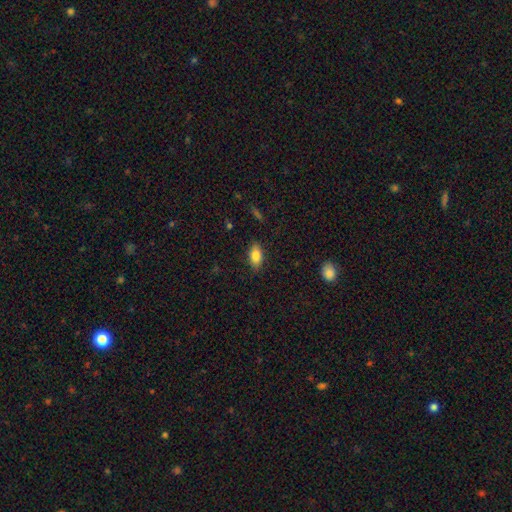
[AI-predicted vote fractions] smooth 82%, featured or disk 10%, star or artifact 8%. Down the decision tree: how rounded — in between (89%); merging — none (86%).